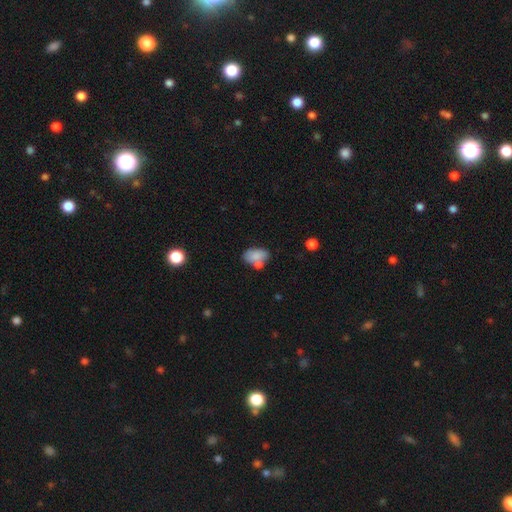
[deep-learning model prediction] The model was most divided on "merging": none: 48%, merger: 27%, minor disturbance: 19%, major disturbance: 6%. More confident: how rounded — in between (87%); smooth or featured — smooth (79%).